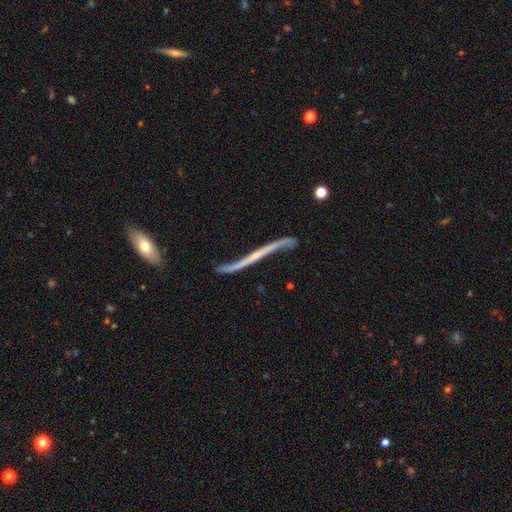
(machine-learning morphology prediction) Overall: featured or disk (79%). Edge-on disk: yes (74%). Edge-on bulge: none (62%; rounded 29%). Merging: none (58%; minor disturbance 25%).